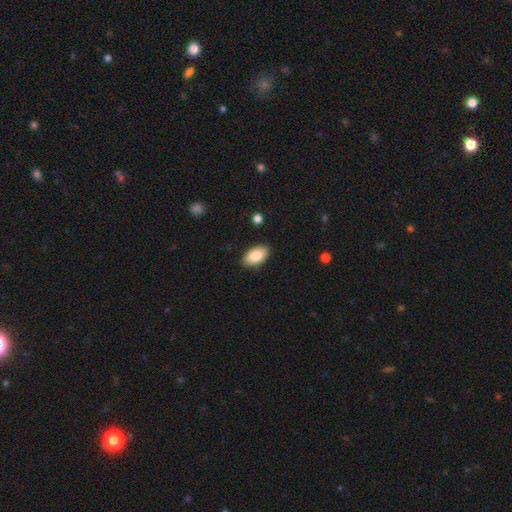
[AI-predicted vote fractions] Smooth or featured?
  - smooth: 86% *
  - featured or disk: 7%
  - star or artifact: 6%
How rounded?
  - in between: 94% *
  - round: 3%
  - cigar-shaped: 2%
Merging?
  - none: 88% *
  - minor disturbance: 9%
  - major disturbance: 2%
  - merger: 1%